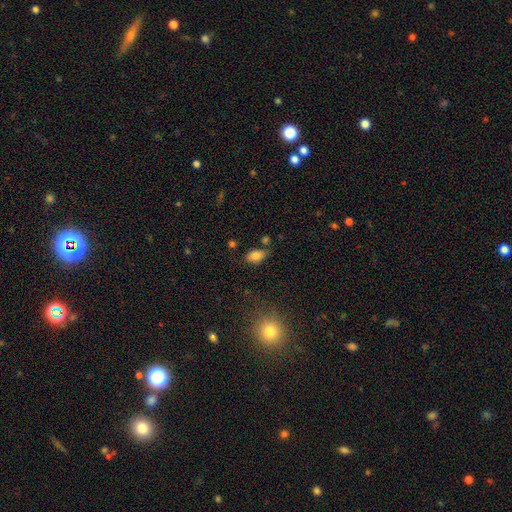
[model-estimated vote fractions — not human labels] This appears to be a smooth galaxy with no disk features (82%) that is in between round and cigar-shaped (90%). Merging: none (73%).